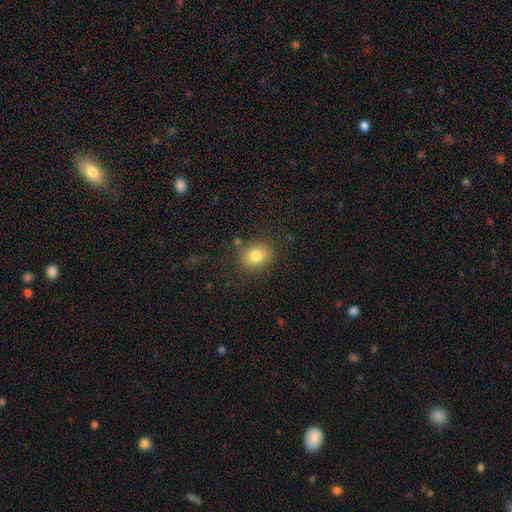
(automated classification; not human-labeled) A smooth galaxy with no disk features (80%) that is round (61%).

Vote fractions:
- Smooth or featured? smooth: 80% / star or artifact: 11% / featured or disk: 9%
- How rounded? round: 61% / in between: 38% / cigar-shaped: 1%
- Merging? none: 81% / minor disturbance: 11% / major disturbance: 4% / merger: 3%